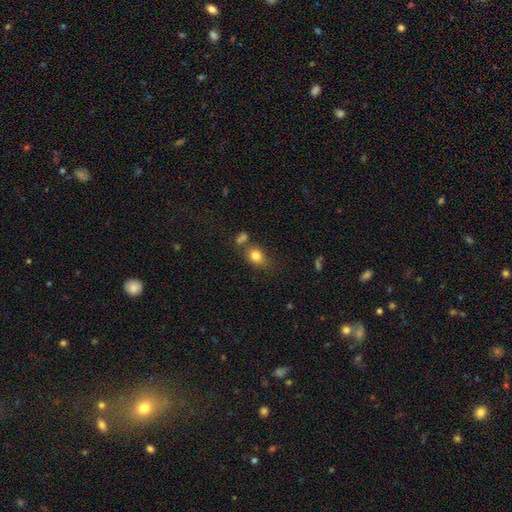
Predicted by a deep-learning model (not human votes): Morphology: type=smooth (80%); roundness=in between (59%); merging=none (56%).